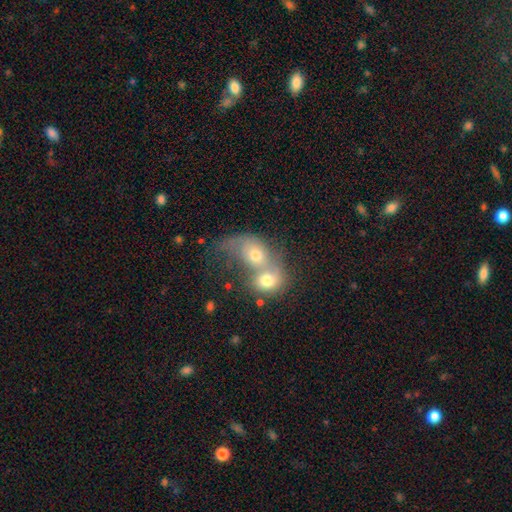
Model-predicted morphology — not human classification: smooth 48%, featured or disk 39%, star or artifact 14%. Down the decision tree: merging — merger (79%).